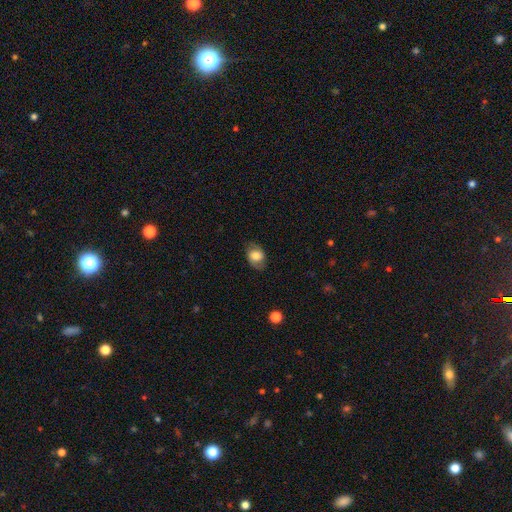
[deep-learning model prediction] Smooth or featured?
  - smooth: 61% *
  - featured or disk: 31%
  - star or artifact: 9%
How rounded?
  - in between: 67% *
  - round: 32%
  - cigar-shaped: 1%
Merging?
  - none: 76% *
  - minor disturbance: 17%
  - major disturbance: 6%
  - merger: 1%